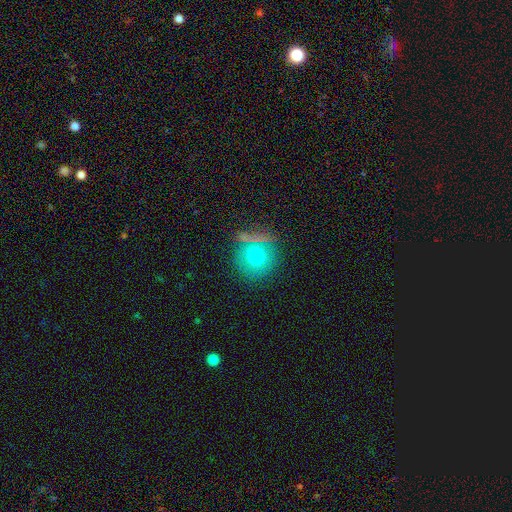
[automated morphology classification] smooth-or-featured: smooth: 73% | featured or disk: 15% | star or artifact: 13%
  how-rounded: round: 91% | in between: 7% | cigar-shaped: 1%
  merging: none: 71% | minor disturbance: 12% | merger: 11% | major disturbance: 5%